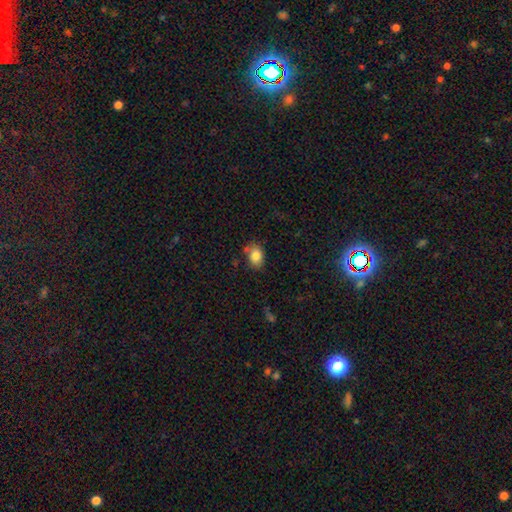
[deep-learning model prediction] Overall: smooth (82%). How rounded: in between (67%; round 31%). Merging: none (70%).